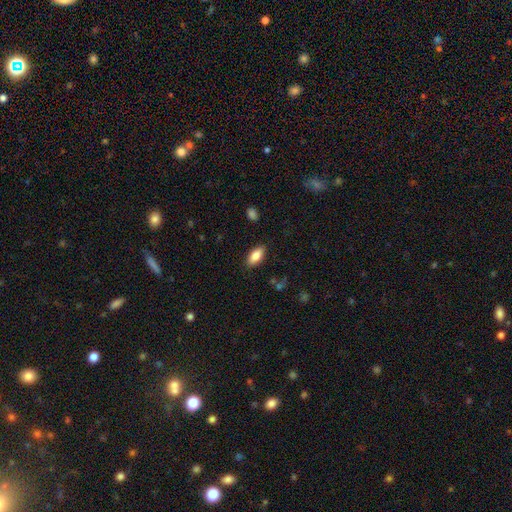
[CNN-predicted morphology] smooth-or-featured: smooth: 82% | featured or disk: 11% | star or artifact: 7%
  how-rounded: in between: 85% | cigar-shaped: 13% | round: 2%
  merging: none: 87% | minor disturbance: 10% | major disturbance: 2% | merger: 1%